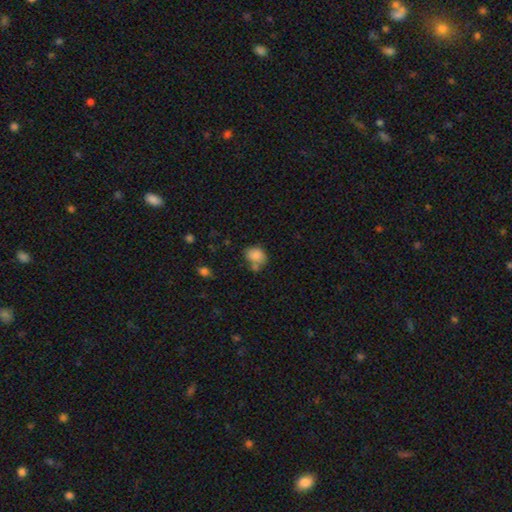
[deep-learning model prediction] Smooth or featured? smooth (83%)
How rounded? round (51%)
Merging? none (49%)